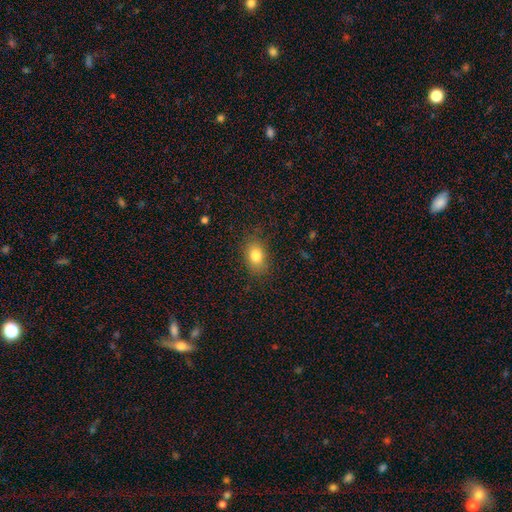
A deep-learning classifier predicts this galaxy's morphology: smooth-or-featured: smooth: 82% | star or artifact: 9% | featured or disk: 8%
  how-rounded: in between: 79% | round: 19% | cigar-shaped: 2%
  merging: none: 84% | minor disturbance: 11% | major disturbance: 4% | merger: 1%